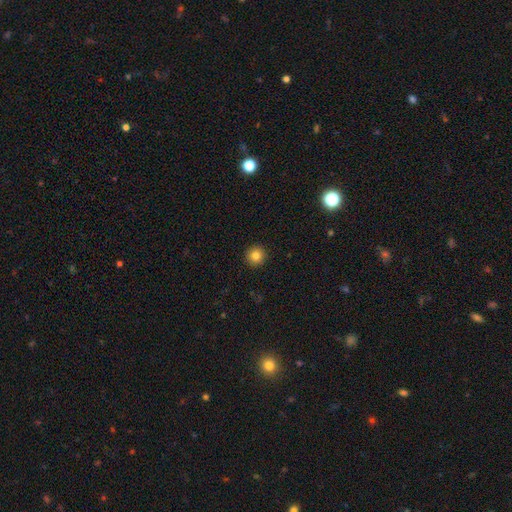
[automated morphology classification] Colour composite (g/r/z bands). It shows a smooth galaxy with no disk features (83%) that is round (95%). Merging: none (93%).